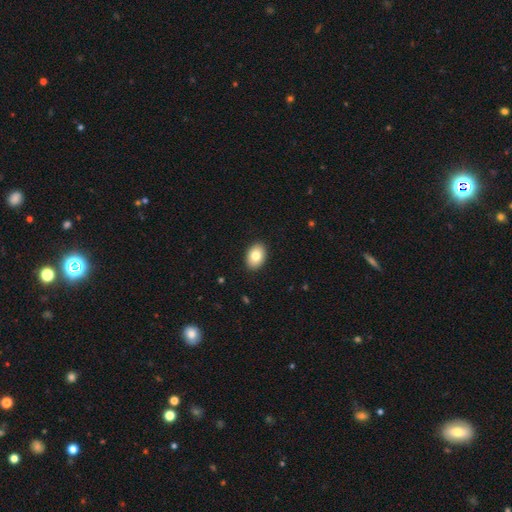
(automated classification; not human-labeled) This appears to be a smooth galaxy with no disk features (82%) that is in between round and cigar-shaped (84%). Merging: none (91%).